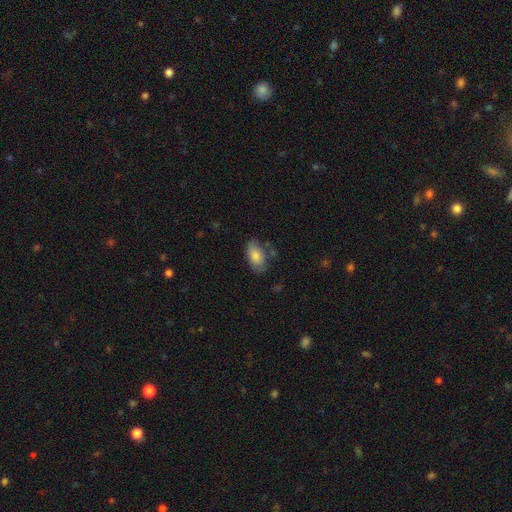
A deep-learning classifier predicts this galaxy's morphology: A smooth galaxy with no disk features (81%) that is in between round and cigar-shaped (92%).

Vote fractions:
- Smooth or featured? smooth: 81% / featured or disk: 13% / star or artifact: 7%
- How rounded? in between: 92% / round: 5% / cigar-shaped: 3%
- Merging? none: 66% / minor disturbance: 24% / major disturbance: 6% / merger: 4%